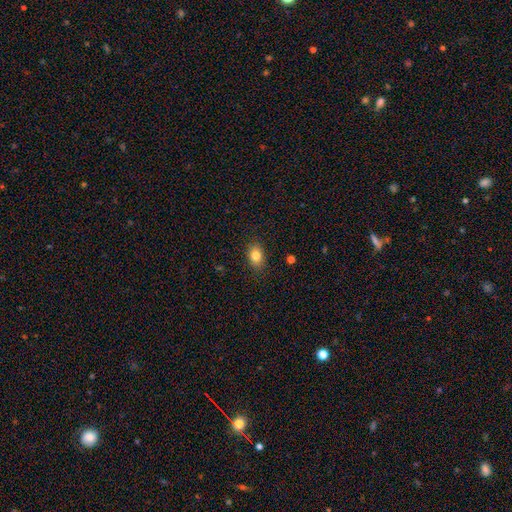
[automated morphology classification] Smooth or featured? Predicted: smooth (p=0.82). How rounded? Predicted: in between (p=0.75). Merging? Predicted: none (p=0.87).